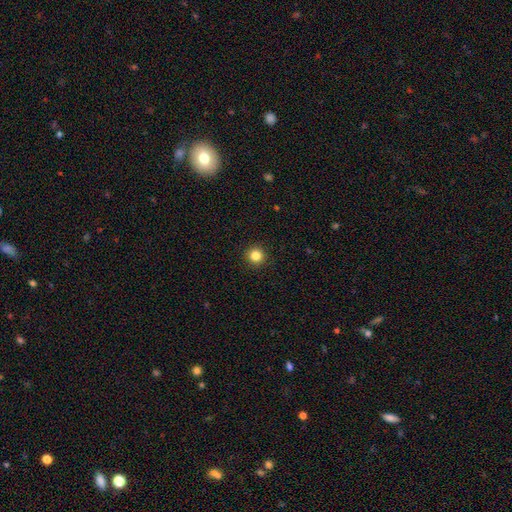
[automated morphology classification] A smooth galaxy with no disk features (84%) that is round (96%).

Vote fractions:
- Smooth or featured? smooth: 84% / star or artifact: 12% / featured or disk: 4%
- How rounded? round: 96% / in between: 3% / cigar-shaped: 1%
- Merging? none: 93% / minor disturbance: 4% / major disturbance: 2% / merger: 1%